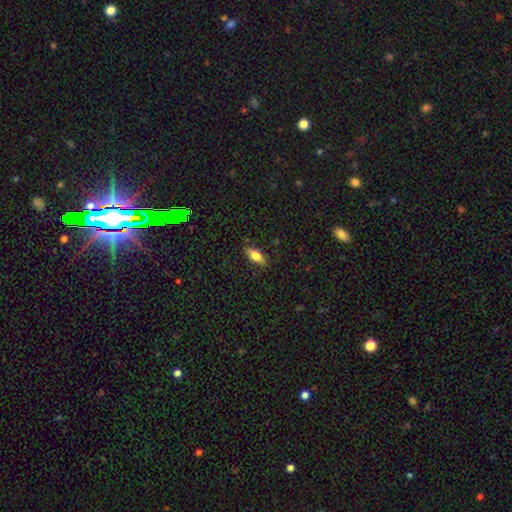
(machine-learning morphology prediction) A smooth galaxy with no disk features (72%) that is in between round and cigar-shaped (74%).

Vote fractions:
- Smooth or featured? smooth: 72% / featured or disk: 21% / star or artifact: 7%
- How rounded? in between: 74% / cigar-shaped: 23% / round: 3%
- Merging? none: 86% / minor disturbance: 10% / major disturbance: 2% / merger: 1%